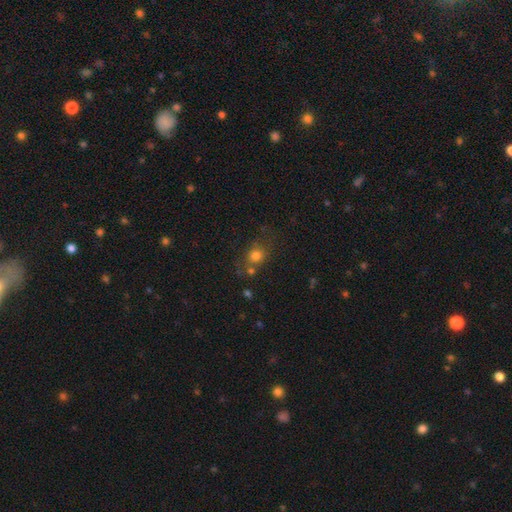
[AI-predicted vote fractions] Smooth or featured?
  - smooth: 76% *
  - star or artifact: 14%
  - featured or disk: 10%
How rounded?
  - round: 72% *
  - in between: 26%
  - cigar-shaped: 1%
Merging?
  - none: 59% *
  - merger: 18%
  - minor disturbance: 16%
  - major disturbance: 8%